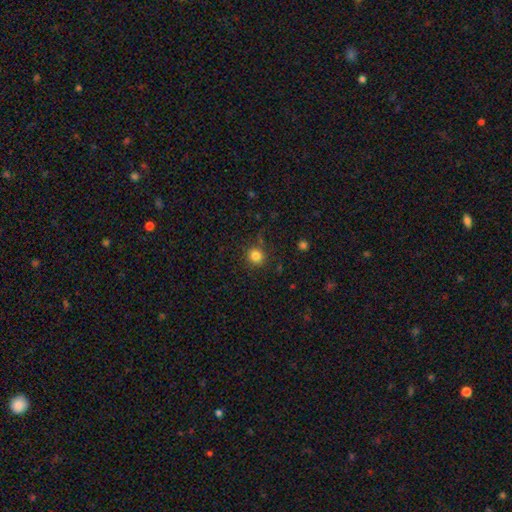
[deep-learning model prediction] Smooth or featured? Predicted: smooth (p=0.83). How rounded? Predicted: round (p=0.91). Merging? Predicted: none (p=0.83).